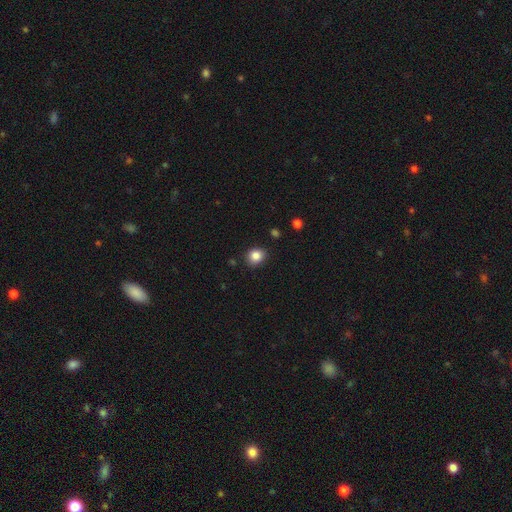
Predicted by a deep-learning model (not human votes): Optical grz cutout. It shows a smooth galaxy with no disk features (85%) that is round (71%). Merging: none (86%).